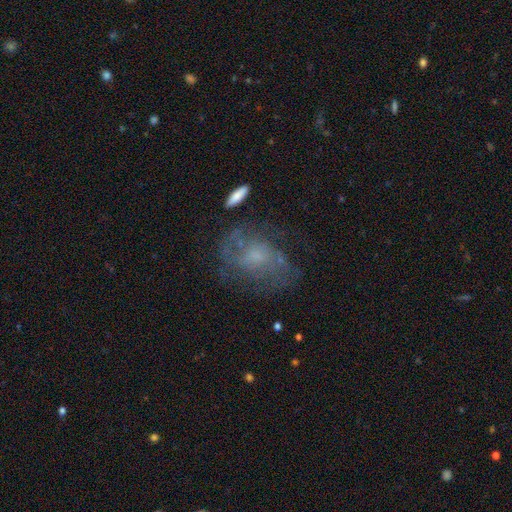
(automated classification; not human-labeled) Smooth or featured? Predicted: featured or disk (p=0.60). Edge-on disk? Predicted: no (p=0.96). Bar? Predicted: no (p=0.72). Spiral arms? Predicted: yes (p=0.68). Bulge size? Predicted: small (p=0.43). Merging? Predicted: none (p=0.57).